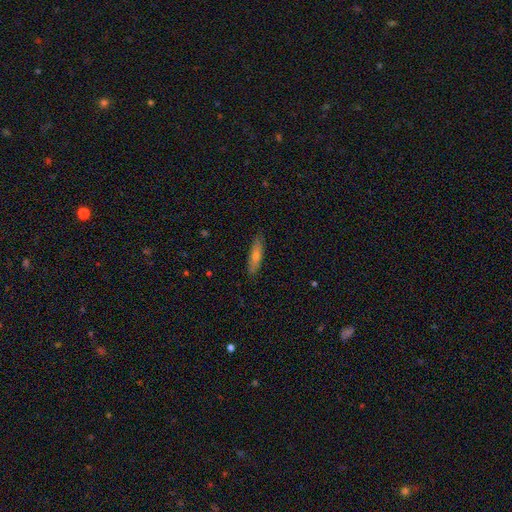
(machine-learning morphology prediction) Smooth or featured: smooth — 56% (featured or disk — 36%)
How rounded: cigar-shaped — 74% (in between — 24%)
Merging: none — 86% (minor disturbance — 11%)